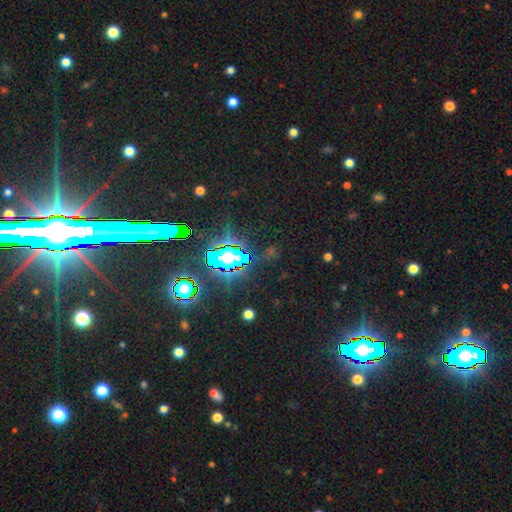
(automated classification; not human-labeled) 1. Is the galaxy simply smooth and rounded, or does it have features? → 83% star or artifact, 9% smooth, 8% featured or disk.